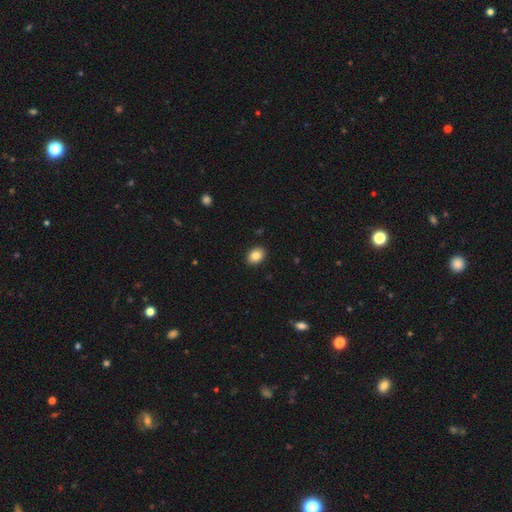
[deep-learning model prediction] Smooth or featured?
  - smooth: 85% *
  - star or artifact: 8%
  - featured or disk: 7%
How rounded?
  - in between: 70% *
  - round: 29%
  - cigar-shaped: 1%
Merging?
  - none: 91% *
  - minor disturbance: 6%
  - major disturbance: 2%
  - merger: 1%